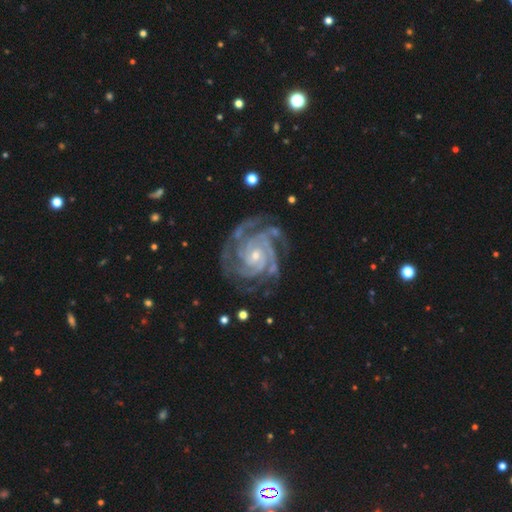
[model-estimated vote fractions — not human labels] Smooth or featured? Predicted: featured or disk (p=0.93). Edge-on disk? Predicted: no (p=0.98). Bar? Predicted: no (p=0.66). Spiral arms? Predicted: yes (p=0.99). Spiral winding? Predicted: tight (p=0.76). Spiral arm count? Predicted: 4 (p=0.31). Bulge size? Predicted: small (p=0.69). Merging? Predicted: none (p=0.73).